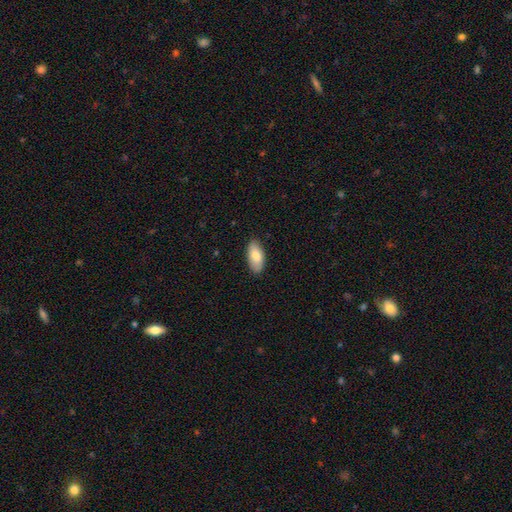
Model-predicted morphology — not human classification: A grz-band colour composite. It shows a smooth galaxy with no disk features (81%) that is in between round and cigar-shaped (91%). Merging: none (87%).